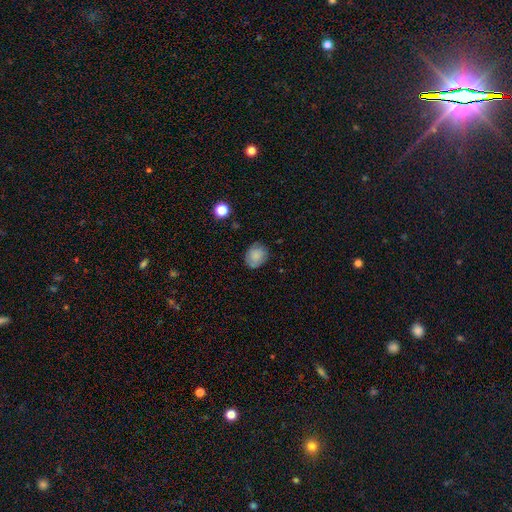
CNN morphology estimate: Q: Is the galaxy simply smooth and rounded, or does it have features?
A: smooth — 75%.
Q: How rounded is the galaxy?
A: round — 62%.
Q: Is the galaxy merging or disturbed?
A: none — 75%.